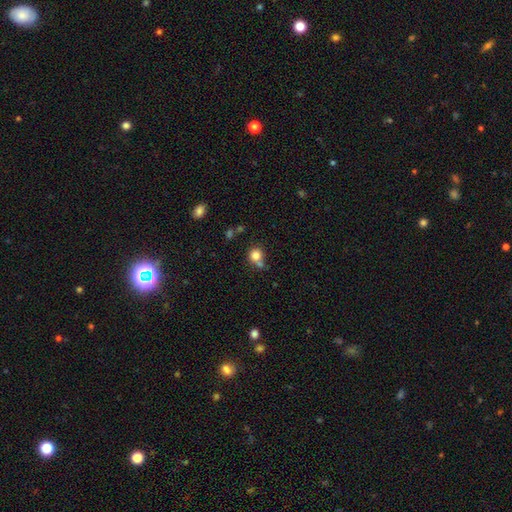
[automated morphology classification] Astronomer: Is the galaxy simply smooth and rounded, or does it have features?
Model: smooth — 82%.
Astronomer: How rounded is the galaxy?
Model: round — 85%.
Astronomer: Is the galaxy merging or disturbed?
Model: none — 54%.